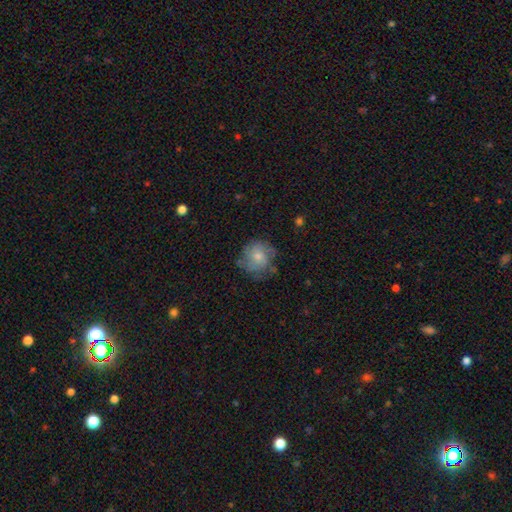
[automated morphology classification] type=smooth (52%); roundness=round (87%); merging=none (70%).